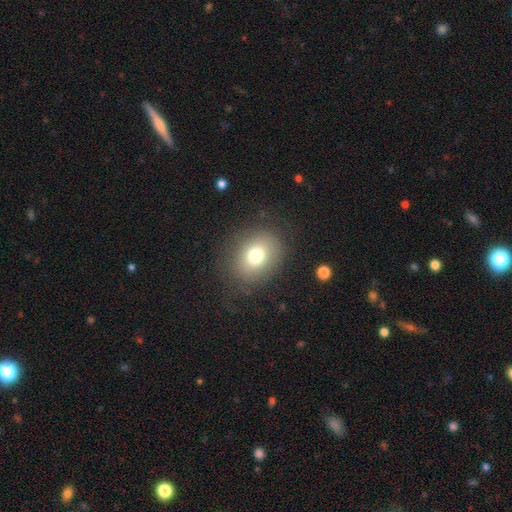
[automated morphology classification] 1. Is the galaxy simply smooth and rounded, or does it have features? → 75% smooth, 13% featured or disk, 12% star or artifact.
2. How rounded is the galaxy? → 59% round, 40% in between, 1% cigar-shaped.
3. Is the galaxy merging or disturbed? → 79% none, 12% minor disturbance, 7% major disturbance, 1% merger.